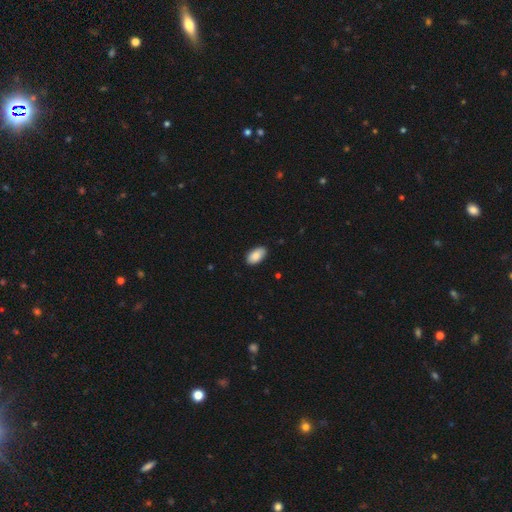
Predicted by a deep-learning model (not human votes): smooth 88%, star or artifact 6%, featured or disk 6%. Down the decision tree: how rounded — in between (95%); merging — none (86%).